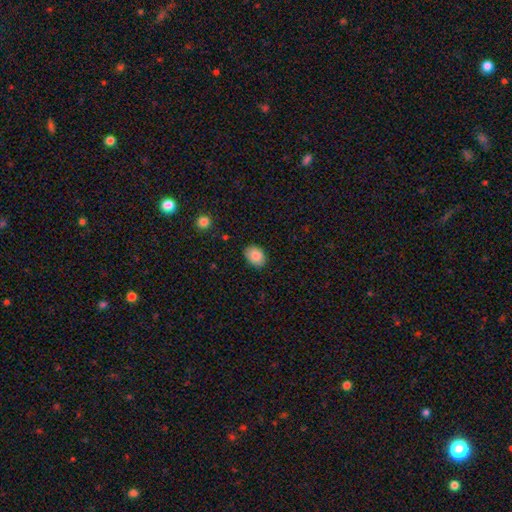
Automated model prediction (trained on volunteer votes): This appears to be a smooth galaxy with no disk features (87%) that is in between round and cigar-shaped (76%). Merging: none (86%).